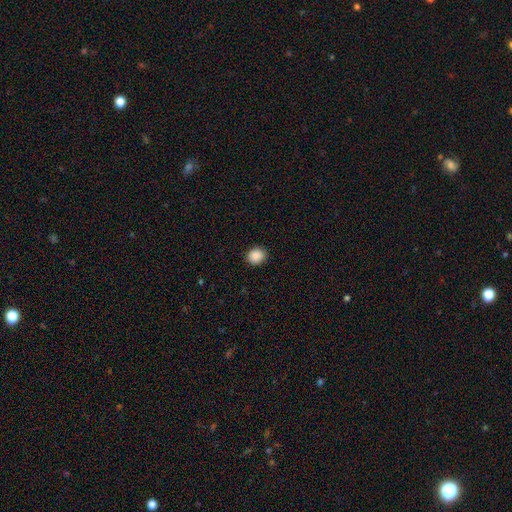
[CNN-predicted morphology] This is clearly a smooth galaxy (89%). How rounded: likely round (68%). Merging: clearly none (91%).